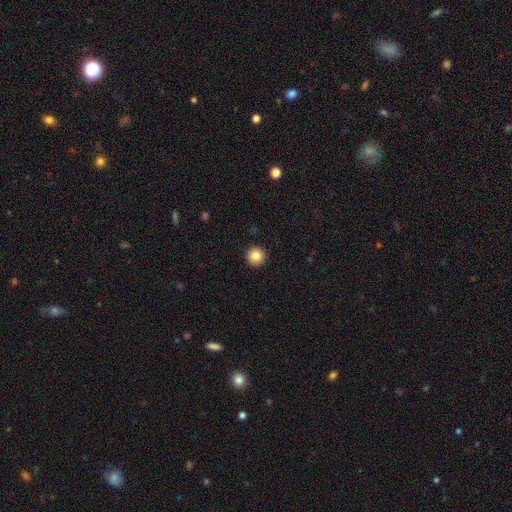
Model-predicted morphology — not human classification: type=smooth (84%); roundness=round (96%); merging=none (94%).